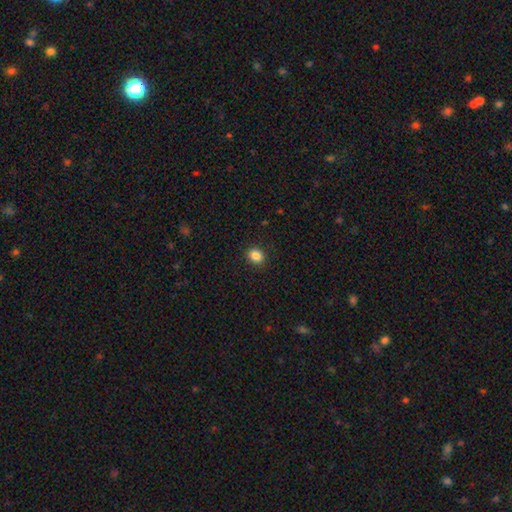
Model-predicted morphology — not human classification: Overall: smooth (86%). How rounded: round (64%; in between 36%). Merging: none (91%).